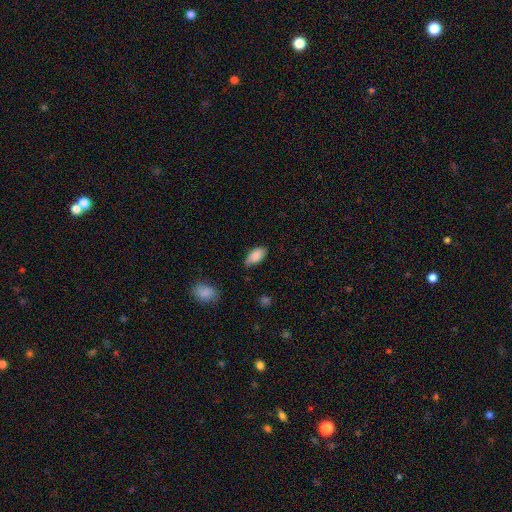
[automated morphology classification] Smooth or featured? smooth (86%)
How rounded? in between (93%)
Merging? none (70%)